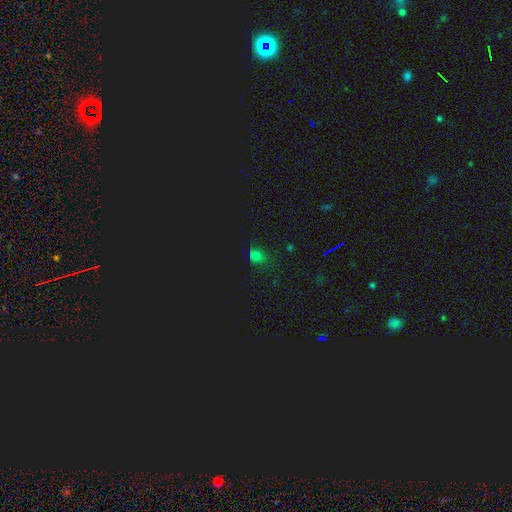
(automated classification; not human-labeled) smooth 57%, star or artifact 37%, featured or disk 6%. Down the decision tree: how rounded — round (76%); merging — none (71%).